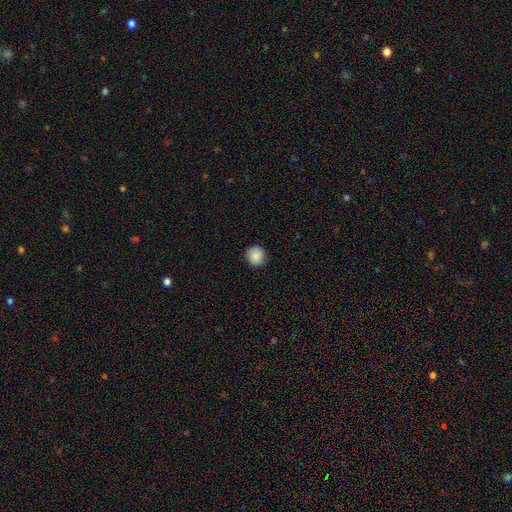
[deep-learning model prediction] This is clearly a smooth galaxy (88%). How rounded: clearly round (92%). Merging: clearly none (90%).